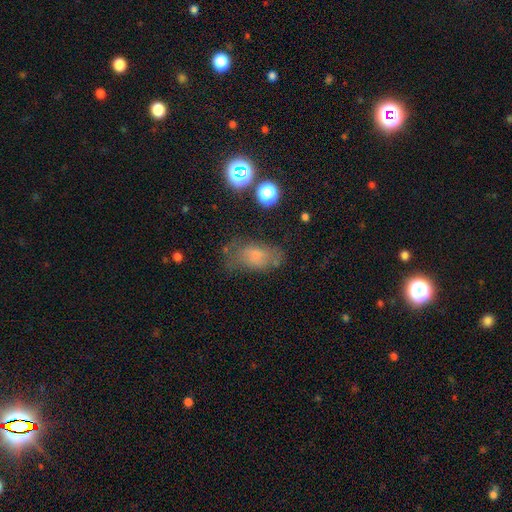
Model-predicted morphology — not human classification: A smooth galaxy with no disk features (61%) that is in between round and cigar-shaped (87%).

Vote fractions:
- Smooth or featured? smooth: 61% / featured or disk: 23% / star or artifact: 15%
- How rounded? in between: 87% / round: 9% / cigar-shaped: 4%
- Merging? none: 55% / minor disturbance: 26% / major disturbance: 16% / merger: 3%